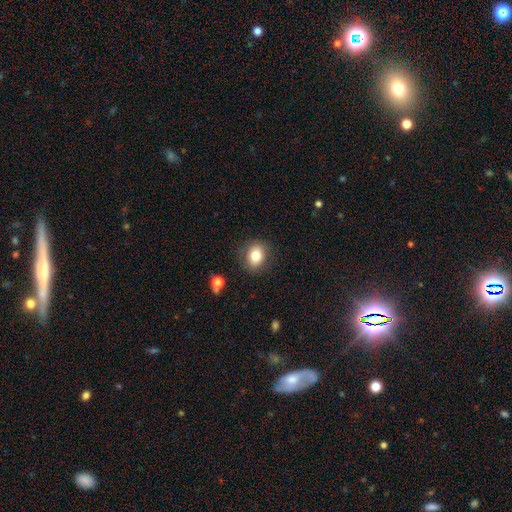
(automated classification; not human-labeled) smooth-or-featured: smooth: 80% | star or artifact: 10% | featured or disk: 10%
  how-rounded: round: 60% | in between: 39% | cigar-shaped: 1%
  merging: none: 84% | minor disturbance: 11% | major disturbance: 3% | merger: 2%